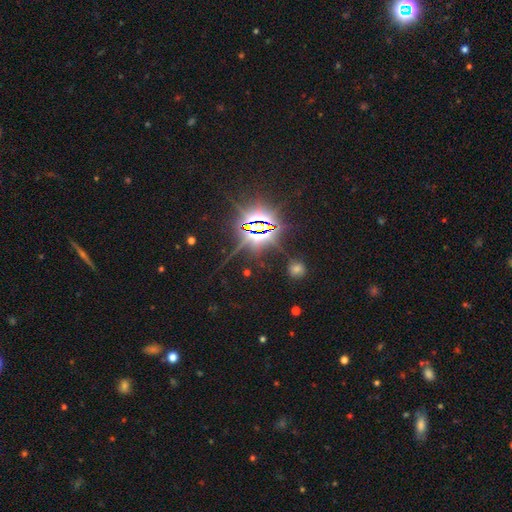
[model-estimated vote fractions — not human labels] Morphology: type=star or artifact (84%).